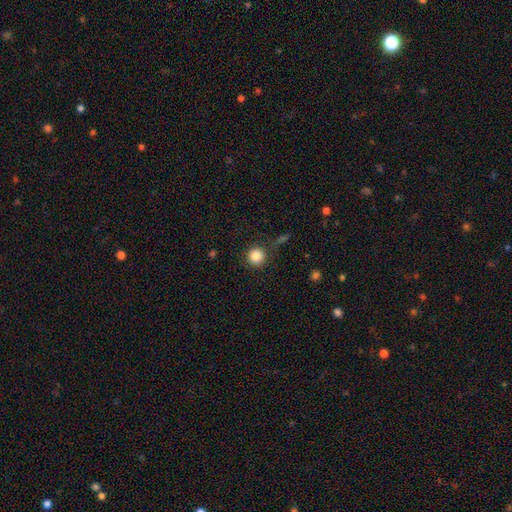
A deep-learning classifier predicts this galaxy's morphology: Overall: smooth (85%). How rounded: round (95%). Merging: none (86%).